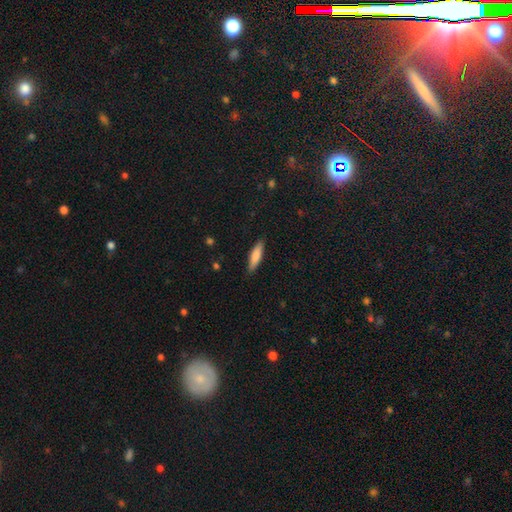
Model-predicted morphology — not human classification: smooth_or_featured: smooth (p=0.80) [alt: featured or disk p=0.15]
how_rounded: cigar-shaped (p=0.67) [alt: in between p=0.32]
merging: none (p=0.86) [alt: minor disturbance p=0.11]